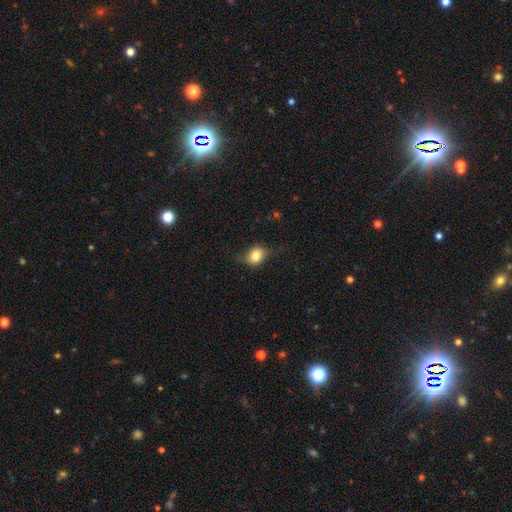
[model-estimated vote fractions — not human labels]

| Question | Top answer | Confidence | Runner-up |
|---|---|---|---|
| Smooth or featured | smooth | 75% | featured or disk (16%) |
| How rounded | in between | 54% | round (45%) |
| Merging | none | 66% | minor disturbance (24%) |